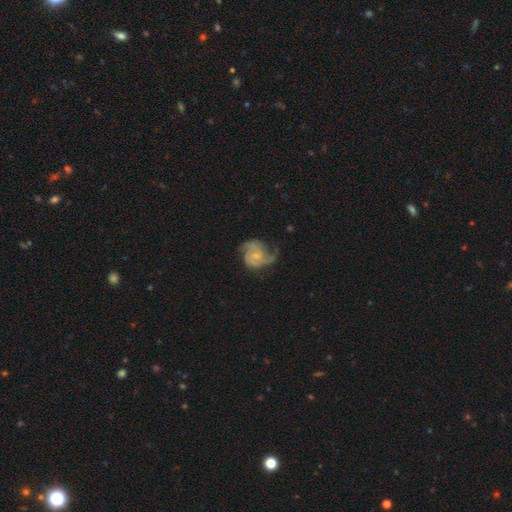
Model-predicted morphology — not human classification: smooth-or-featured: featured or disk: 85% | smooth: 10% | star or artifact: 5%
  disk-edge-on: no: 98% | yes: 2%
    bar: no: 67% | weak: 28% | strong: 5%
    has-spiral-arms: yes: 97% | no: 3%
      spiral-winding: medium: 48% | tight: 34% | loose: 18%
      spiral-arm-count: 2: 60% | 3: 21% | can't tell: 8% | 1: 4% | 4: 3% | more than 4: 3%
    bulge-size: small: 62% | moderate: 24% | none: 11% | large: 2% | dominant: 1%
  merging: none: 62% | minor disturbance: 22% | major disturbance: 14% | merger: 2%